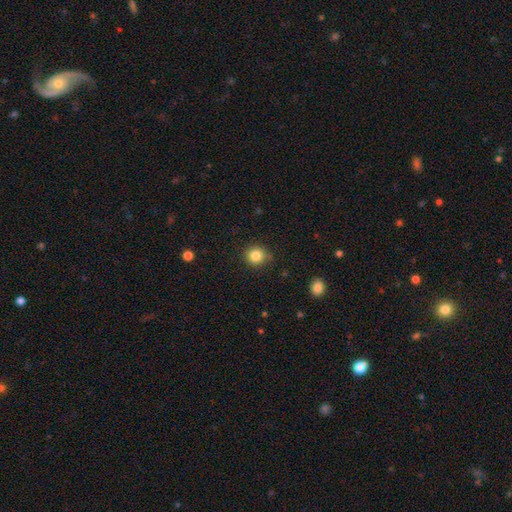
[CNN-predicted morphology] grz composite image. It shows a smooth galaxy with no disk features (84%) that is round (90%). Merging: none (80%).